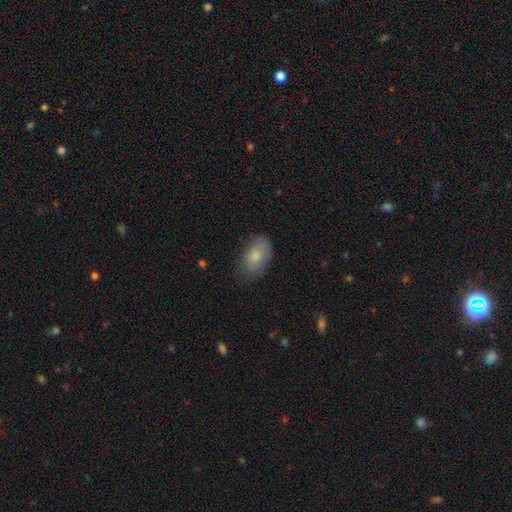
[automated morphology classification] Q: Smooth or featured?
A: smooth (79%); runner-up: featured or disk (14%)
Q: How rounded?
A: in between (91%); runner-up: round (7%)
Q: Merging?
A: none (70%); runner-up: minor disturbance (23%)